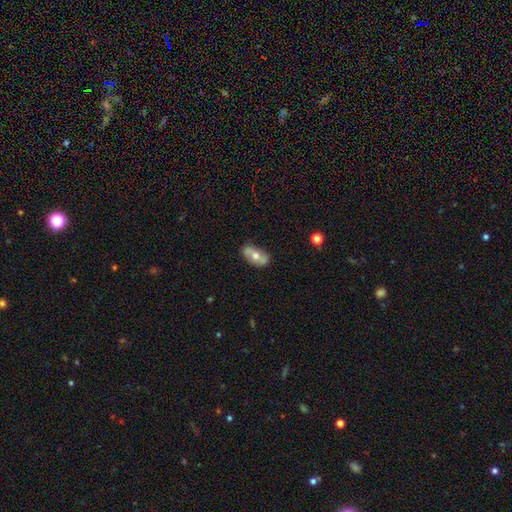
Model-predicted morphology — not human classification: Q: Smooth or featured?
A: smooth (50%); runner-up: featured or disk (43%)
Q: How rounded?
A: in between (87%); runner-up: cigar-shaped (7%)
Q: Merging?
A: none (78%); runner-up: minor disturbance (17%)